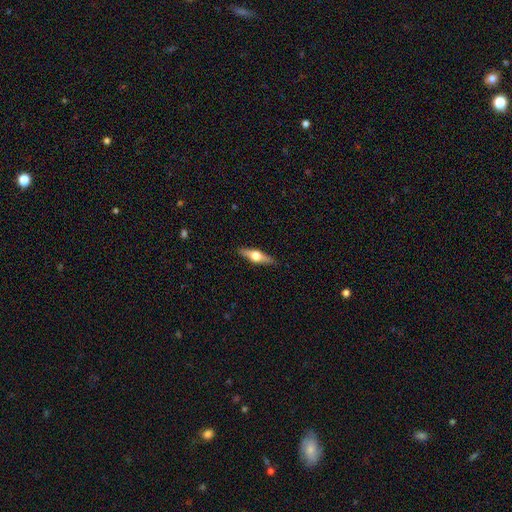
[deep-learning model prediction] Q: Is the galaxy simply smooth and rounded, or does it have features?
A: featured or disk — 66%.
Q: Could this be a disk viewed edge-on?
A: yes — 96%.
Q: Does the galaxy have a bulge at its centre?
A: rounded — 96%.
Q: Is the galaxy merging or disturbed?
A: none — 90%.